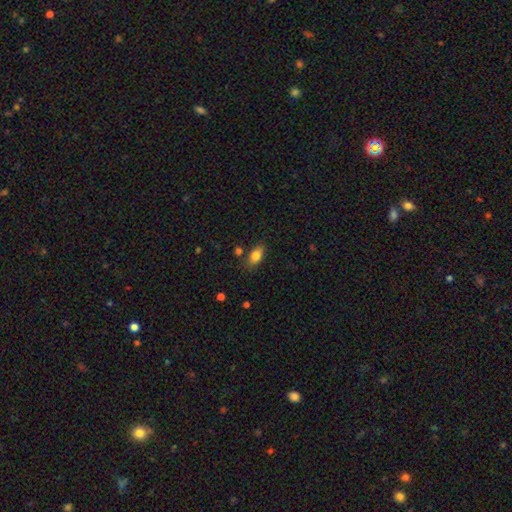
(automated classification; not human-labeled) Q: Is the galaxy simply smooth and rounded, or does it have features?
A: smooth — 81%.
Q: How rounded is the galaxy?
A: in between — 86%.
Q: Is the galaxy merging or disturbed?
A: none — 78%.